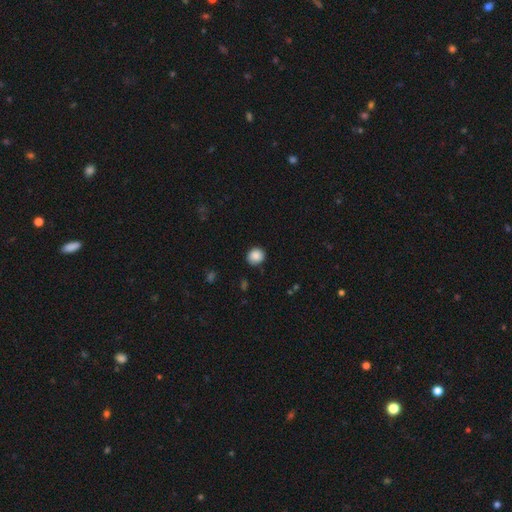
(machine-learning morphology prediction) This appears to be a smooth galaxy with no disk features (87%) that is round (86%). Merging: none (83%).